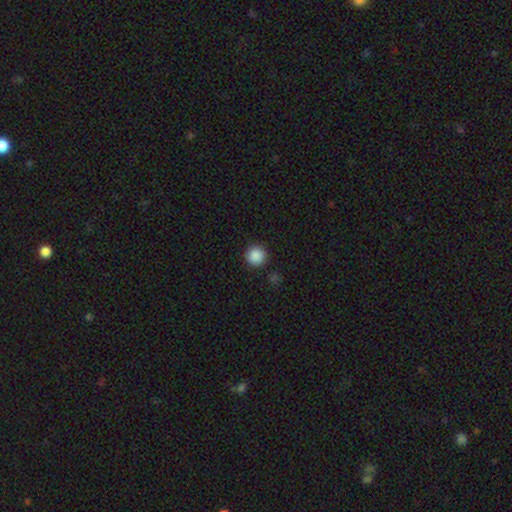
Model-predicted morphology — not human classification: The model was most divided on "smooth or featured": smooth: 88%, star or artifact: 9%, featured or disk: 3%. More confident: how rounded — round (96%); merging — none (91%).